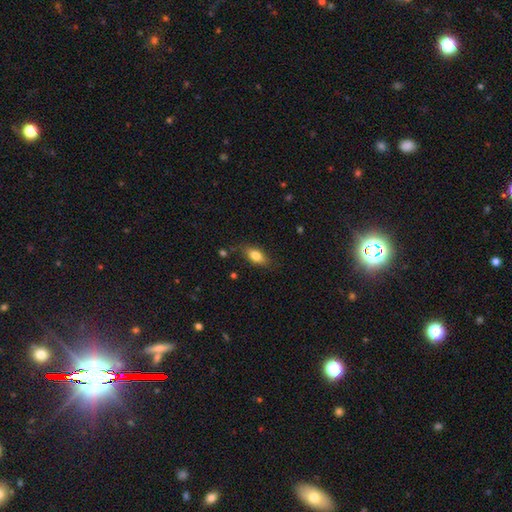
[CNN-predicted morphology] This appears to be a smooth galaxy with no disk features (81%) that is in between round and cigar-shaped (85%). Merging: none (76%).